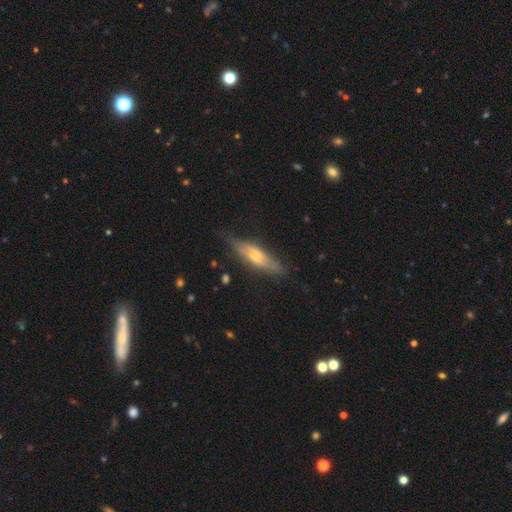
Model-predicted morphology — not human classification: featured or disk 57%, smooth 37%, star or artifact 7%. Down the decision tree: edge-on disk — yes (83%); merging — none (78%).